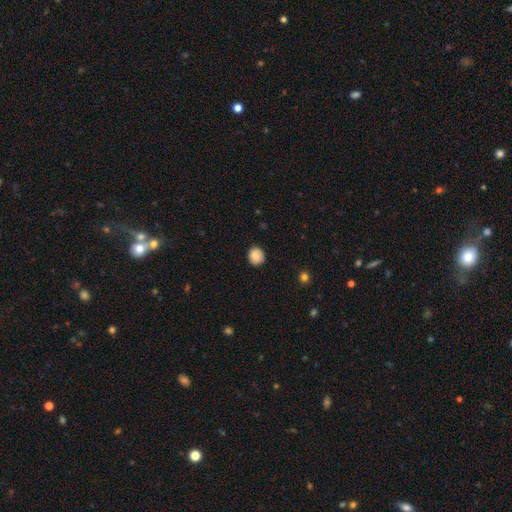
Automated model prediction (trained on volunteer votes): Smooth or featured?
  - smooth: 78% *
  - featured or disk: 14%
  - star or artifact: 8%
How rounded?
  - round: 84% *
  - in between: 16%
  - cigar-shaped: 1%
Merging?
  - none: 85% *
  - minor disturbance: 11%
  - major disturbance: 2%
  - merger: 1%